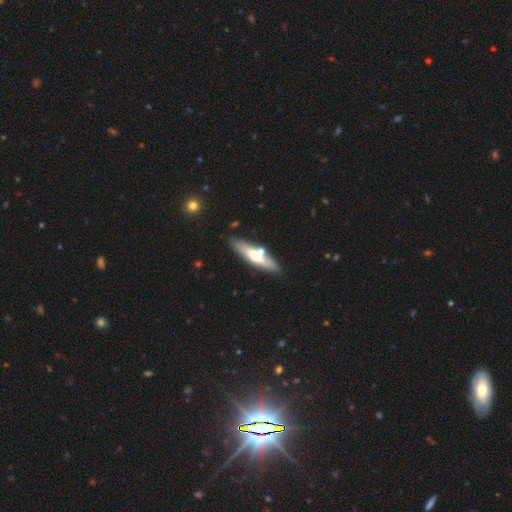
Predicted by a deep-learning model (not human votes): Smooth or featured: smooth — 47% (tied with featured or disk — 47%)
Merging: none — 78% (minor disturbance — 10%)